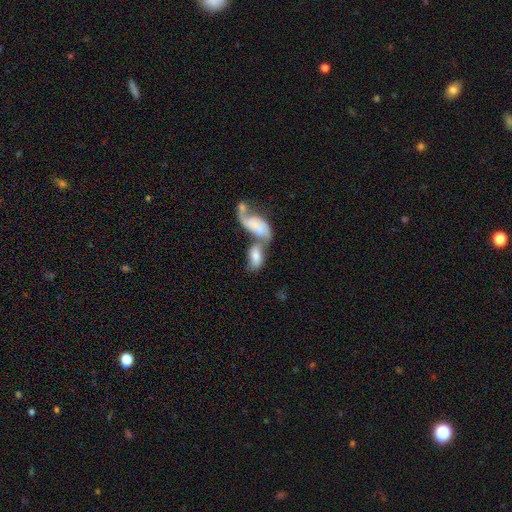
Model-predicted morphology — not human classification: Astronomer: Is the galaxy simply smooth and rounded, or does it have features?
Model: smooth — 63%.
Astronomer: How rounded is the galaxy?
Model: in between — 89%.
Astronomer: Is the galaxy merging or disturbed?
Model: merger — 70%.